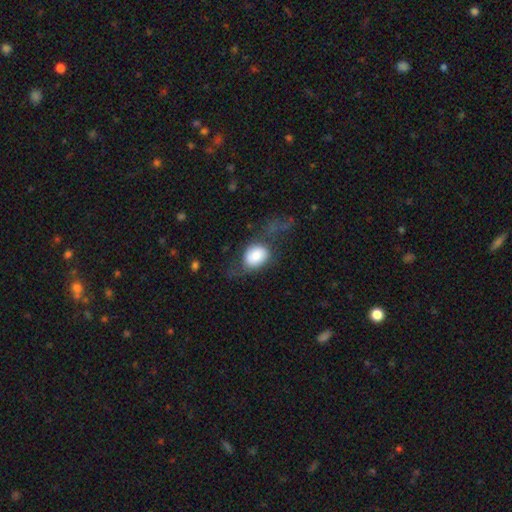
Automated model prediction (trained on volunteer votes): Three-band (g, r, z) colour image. It shows a smooth galaxy with no disk features (73%) that is in between round and cigar-shaped (62%). Merging: none (38%).